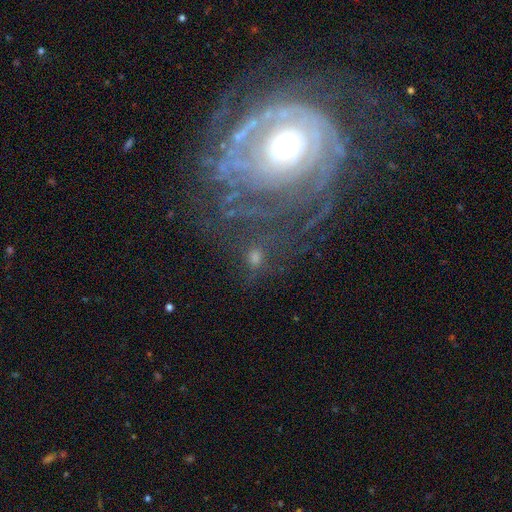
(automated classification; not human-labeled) The model was most divided on "bulge size": small: 53%, moderate: 36%, large: 5%, none: 4%, dominant: 2%. Remaining: edge-on disk — no (95%); spiral arms — yes (87%); smooth or featured — featured or disk (71%); spiral winding — tight (67%); merging — none (66%); bar — no (65%); spiral arm count — can't tell (39%).